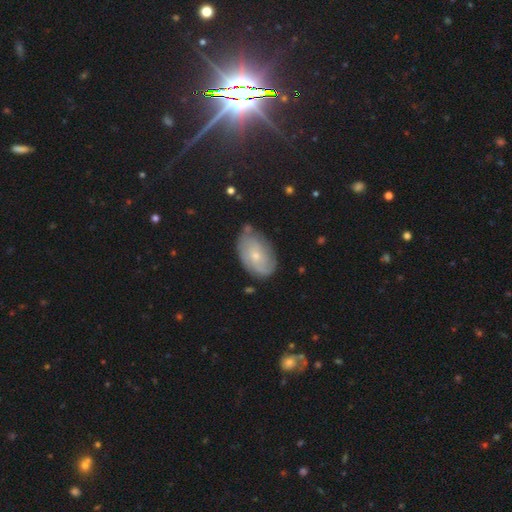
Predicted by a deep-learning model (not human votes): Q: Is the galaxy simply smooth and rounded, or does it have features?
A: featured or disk — 56%.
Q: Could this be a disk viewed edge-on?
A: no — 95%.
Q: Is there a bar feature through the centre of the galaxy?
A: no — 75%.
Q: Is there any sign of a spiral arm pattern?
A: yes — 79%.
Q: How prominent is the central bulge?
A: small — 69%.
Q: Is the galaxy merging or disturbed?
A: none — 66%.